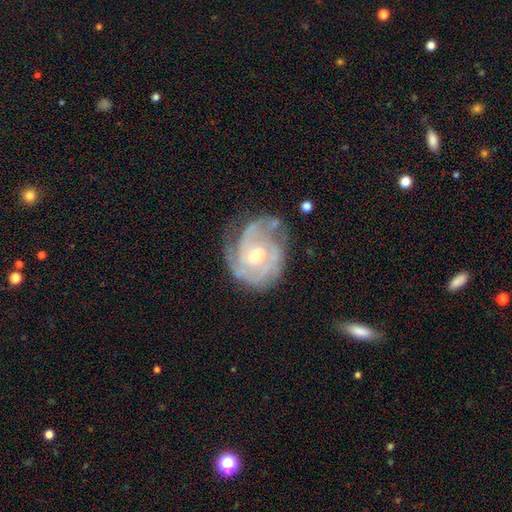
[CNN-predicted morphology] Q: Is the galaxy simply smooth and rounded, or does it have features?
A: featured or disk — 86%.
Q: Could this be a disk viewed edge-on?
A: no — 97%.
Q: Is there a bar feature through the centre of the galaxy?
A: no — 67%.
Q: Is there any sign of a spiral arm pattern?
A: yes — 96%.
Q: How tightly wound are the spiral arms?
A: tight — 61%.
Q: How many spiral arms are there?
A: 2 — 34%.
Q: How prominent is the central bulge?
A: small — 62%.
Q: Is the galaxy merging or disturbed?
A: none — 59%.